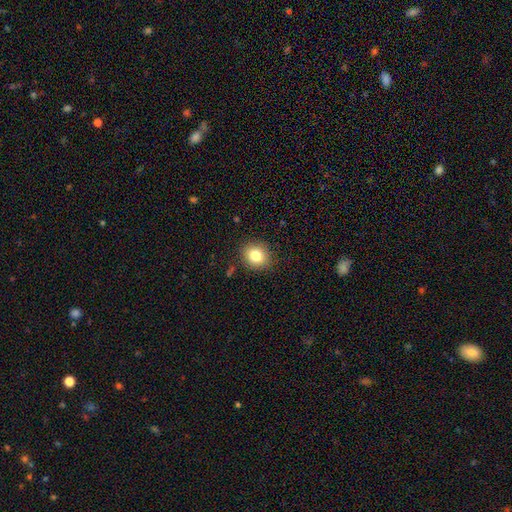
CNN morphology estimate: smooth-or-featured: smooth: 81% | star or artifact: 11% | featured or disk: 8%
  how-rounded: round: 71% | in between: 29% | cigar-shaped: 1%
  merging: none: 87% | minor disturbance: 9% | major disturbance: 3% | merger: 1%